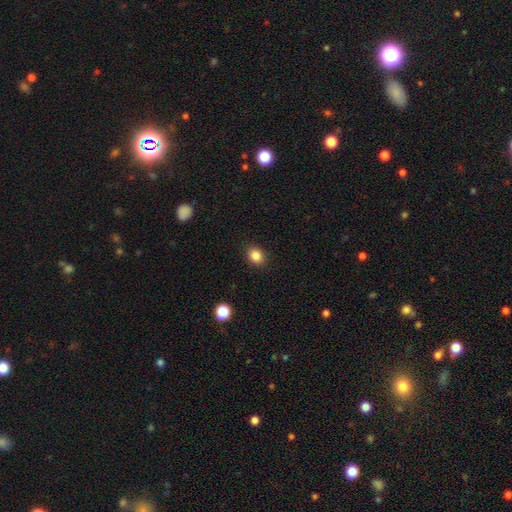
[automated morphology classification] smooth_or_featured: smooth (p=0.86) [alt: star or artifact p=0.10]
how_rounded: round (p=0.50) [alt: in between p=0.49]
merging: none (p=0.90) [alt: minor disturbance p=0.07]